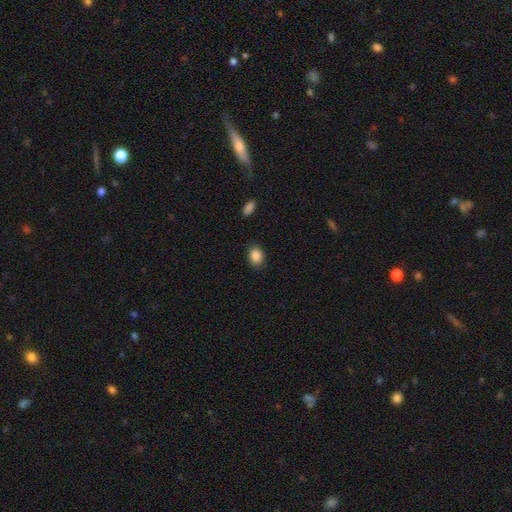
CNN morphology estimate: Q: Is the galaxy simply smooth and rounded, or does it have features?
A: smooth — 87%.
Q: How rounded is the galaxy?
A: in between — 64%.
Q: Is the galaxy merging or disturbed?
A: none — 85%.